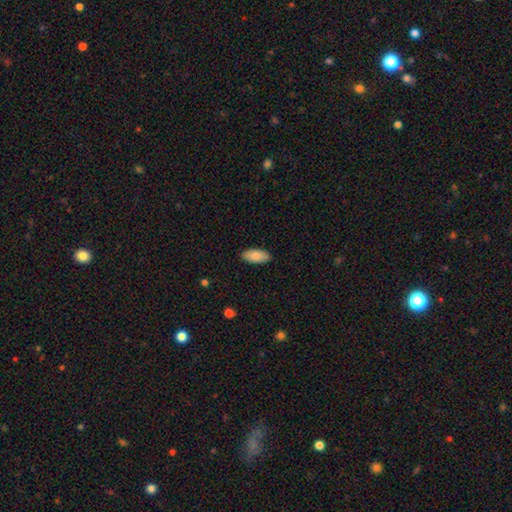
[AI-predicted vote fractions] A smooth galaxy with no disk features (85%) that is in between round and cigar-shaped (92%). Merging: none (89%).